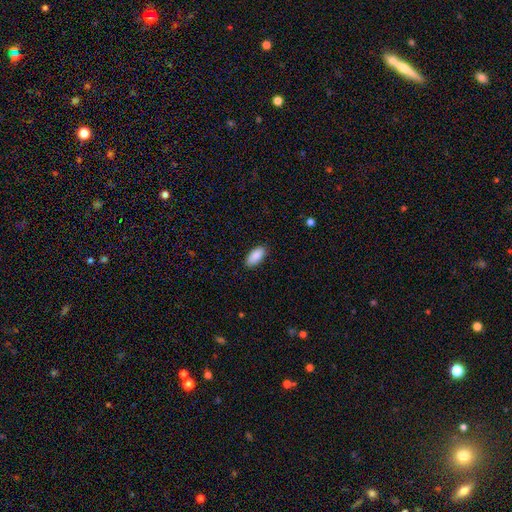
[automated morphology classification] smooth 90%, star or artifact 6%, featured or disk 4%. Down the decision tree: how rounded — in between (92%); merging — none (88%).